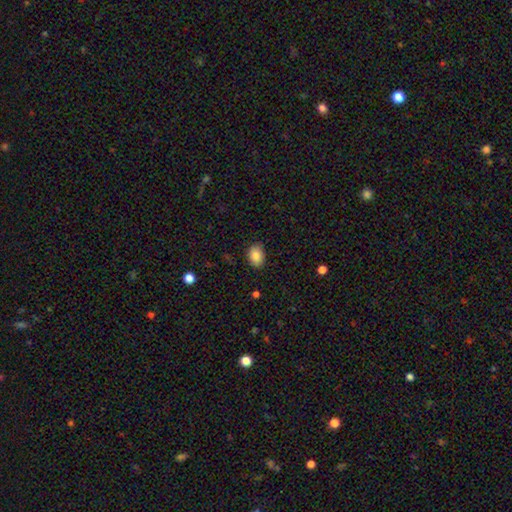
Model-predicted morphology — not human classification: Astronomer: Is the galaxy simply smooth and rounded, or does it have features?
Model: smooth — 86%.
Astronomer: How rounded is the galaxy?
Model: in between — 79%.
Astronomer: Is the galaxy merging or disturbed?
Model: none — 85%.